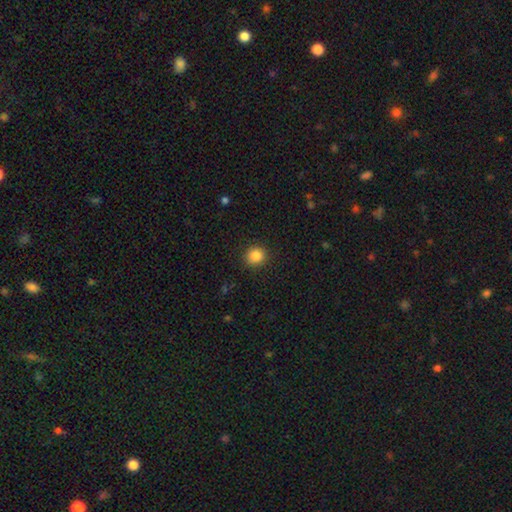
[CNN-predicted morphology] smooth 85%, star or artifact 10%, featured or disk 4%. Down the decision tree: how rounded — round (89%); merging — none (90%).